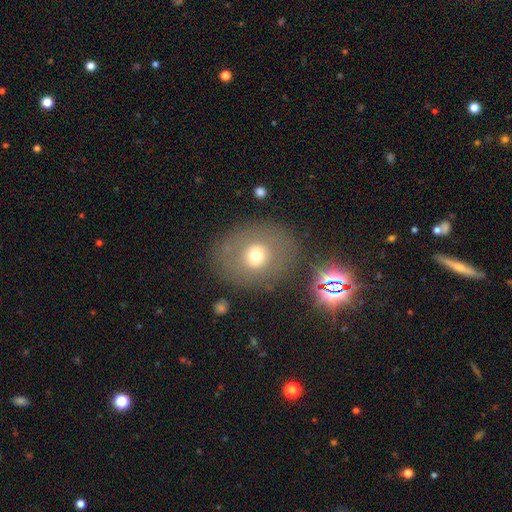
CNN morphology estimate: This appears to be a smooth galaxy with no disk features (59%) that is round (63%). Merging: none (78%).